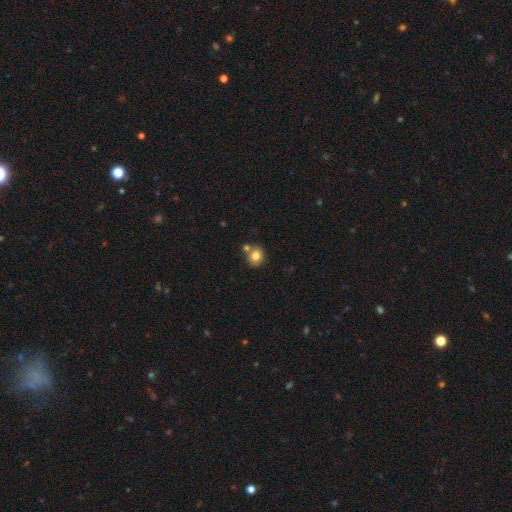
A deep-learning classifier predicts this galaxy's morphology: A smooth galaxy with no disk features (81%) that is round (71%).

Vote fractions:
- Smooth or featured? smooth: 81% / star or artifact: 10% / featured or disk: 9%
- How rounded? round: 71% / in between: 28% / cigar-shaped: 1%
- Merging? none: 63% / merger: 22% / minor disturbance: 11% / major disturbance: 3%